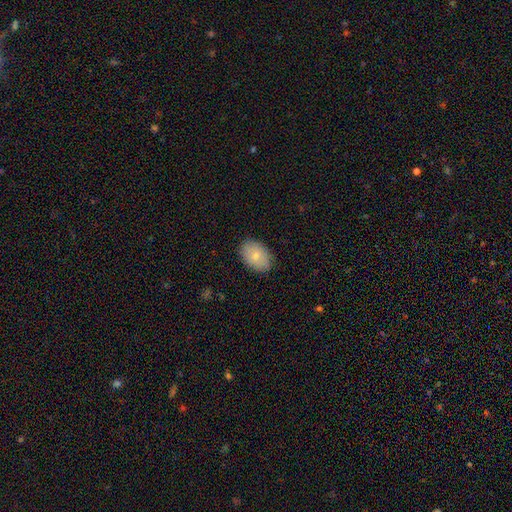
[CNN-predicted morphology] Smooth or featured?
  - smooth: 77% *
  - featured or disk: 16%
  - star or artifact: 7%
How rounded?
  - in between: 85% *
  - round: 14%
  - cigar-shaped: 1%
Merging?
  - none: 87% *
  - minor disturbance: 10%
  - major disturbance: 2%
  - merger: 1%